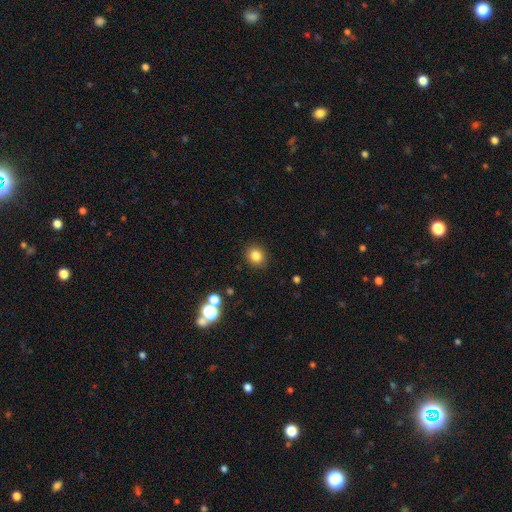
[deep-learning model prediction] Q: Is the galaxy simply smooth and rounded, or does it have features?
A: smooth — 83%.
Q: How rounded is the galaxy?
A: round — 79%.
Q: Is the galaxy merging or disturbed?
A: none — 90%.